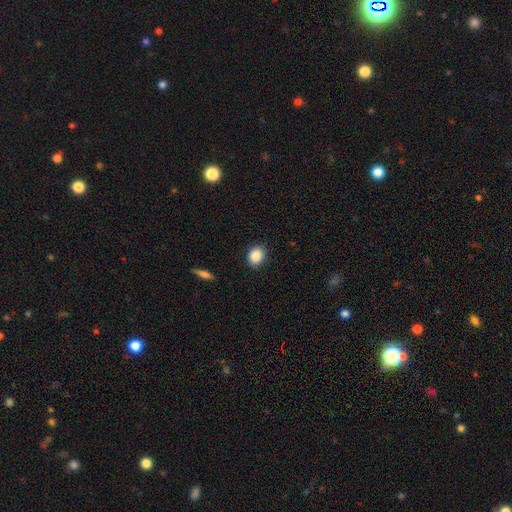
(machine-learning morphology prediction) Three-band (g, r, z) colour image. It shows a smooth galaxy with no disk features (88%) that is round (56%). Merging: none (89%).